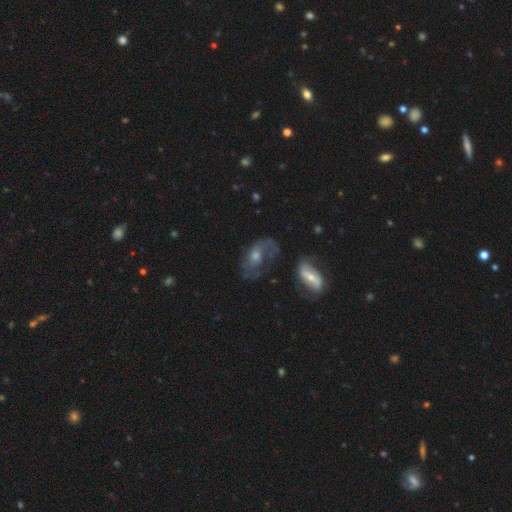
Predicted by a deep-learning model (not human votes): This is likely a featured or disk galaxy (62%). It is clearly not viewed edge-on (93%). Bar: likely no (67%). Spiral arm pattern: likely yes (67%). Central bulge: possibly moderate (50%). Merging: marginally none (41%).